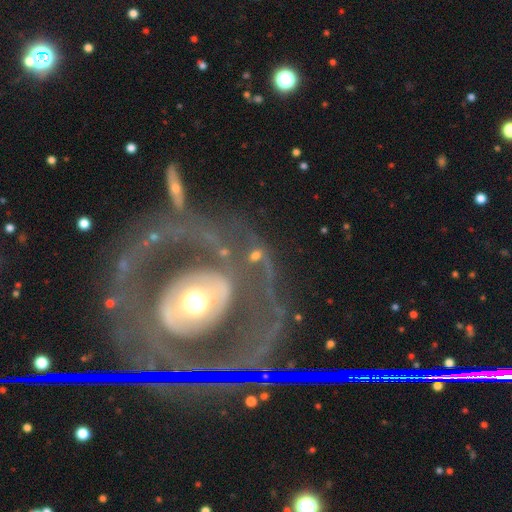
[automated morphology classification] smooth_or_featured: featured or disk (p=0.70) [alt: smooth p=0.17]
disk_edge_on: no (p=0.92) [alt: yes p=0.08]
bar: no (p=0.57) [alt: weak p=0.23]
has_spiral_arms: yes (p=0.61) [alt: no p=0.39]
bulge_size: moderate (p=0.58) [alt: large p=0.19]
merging: none (p=0.46) [alt: major disturbance p=0.28]